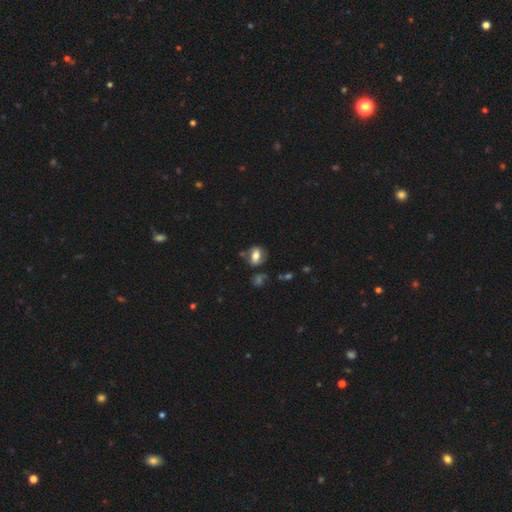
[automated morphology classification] Q: Smooth or featured?
A: smooth (60%); runner-up: featured or disk (30%)
Q: How rounded?
A: in between (72%); runner-up: round (25%)
Q: Merging?
A: none (59%); runner-up: minor disturbance (22%)